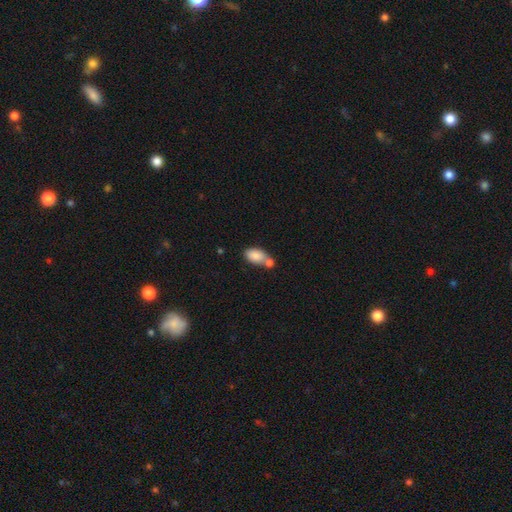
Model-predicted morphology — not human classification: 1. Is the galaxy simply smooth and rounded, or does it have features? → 84% smooth, 9% featured or disk, 7% star or artifact.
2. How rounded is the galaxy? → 91% in between, 6% round, 2% cigar-shaped.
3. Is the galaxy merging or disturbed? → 44% merger, 38% none, 14% minor disturbance, 4% major disturbance.